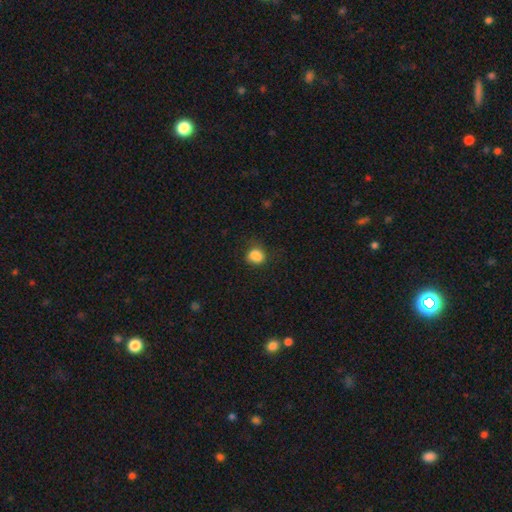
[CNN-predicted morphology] Overall: smooth (85%). How rounded: round (56%; in between 43%). Merging: none (62%; minor disturbance 25%).